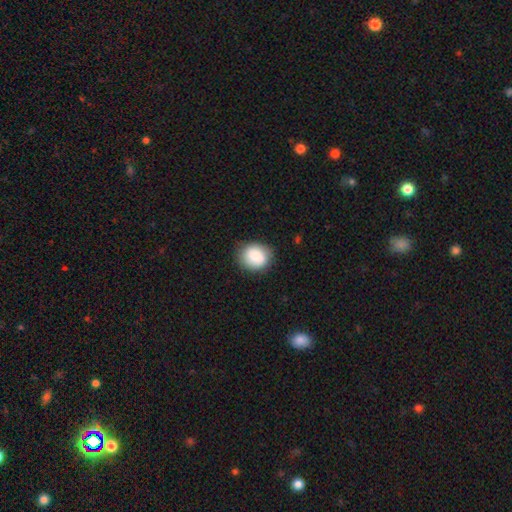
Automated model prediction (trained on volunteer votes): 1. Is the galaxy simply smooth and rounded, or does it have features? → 81% smooth, 11% featured or disk, 8% star or artifact.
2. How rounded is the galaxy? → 69% round, 30% in between, 1% cigar-shaped.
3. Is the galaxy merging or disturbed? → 81% none, 14% minor disturbance, 3% major disturbance, 1% merger.